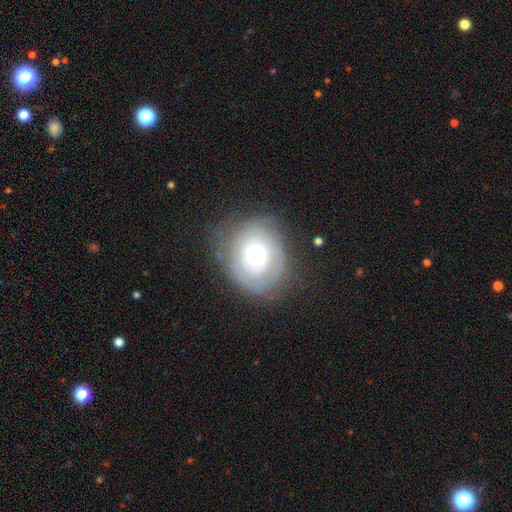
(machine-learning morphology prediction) Smooth or featured? featured or disk (60%)
Edge-on disk? no (96%)
Bar? no (83%)
Spiral arms? yes (69%)
Bulge size? small (44%)
Merging? none (69%)